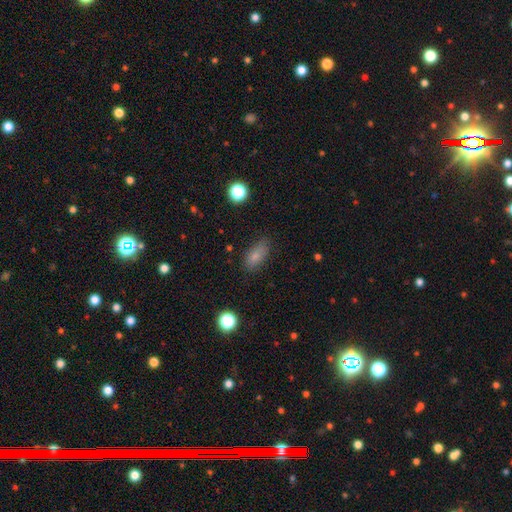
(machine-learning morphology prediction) smooth 80%, featured or disk 10%, star or artifact 10%. Down the decision tree: how rounded — in between (85%); merging — none (77%).